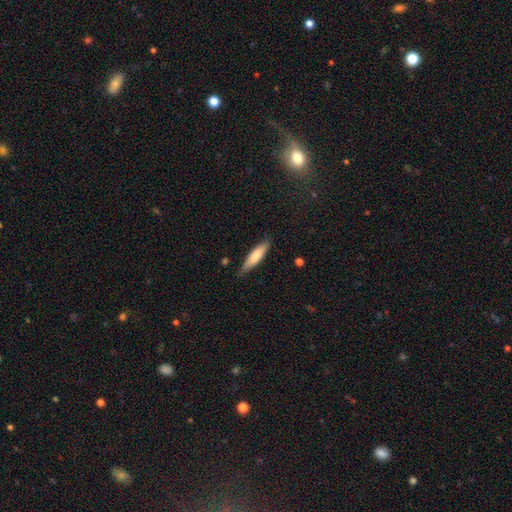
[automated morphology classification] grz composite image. It shows a smooth galaxy with no disk features (74%) that is cigar-shaped (73%). Merging: none (78%).